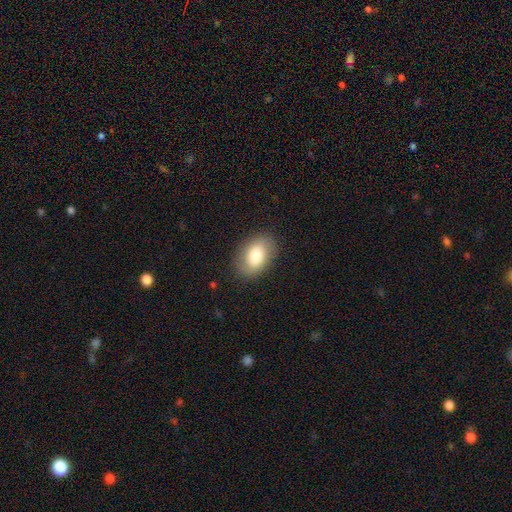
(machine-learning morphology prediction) Smooth or featured? smooth (78%)
How rounded? in between (85%)
Merging? none (85%)